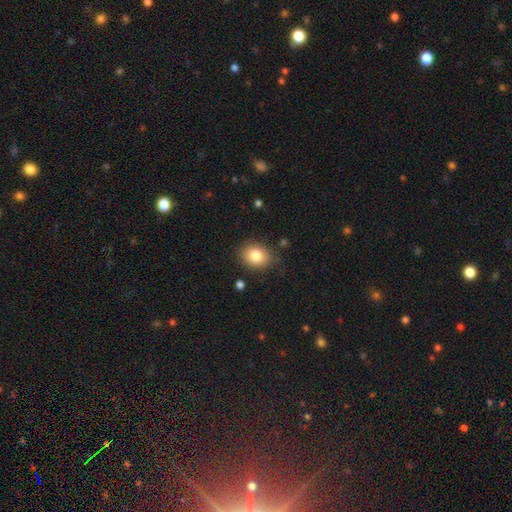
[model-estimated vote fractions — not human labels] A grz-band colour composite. It shows a smooth galaxy with no disk features (82%) that is round (50%, tied with in between). Merging: none (82%).